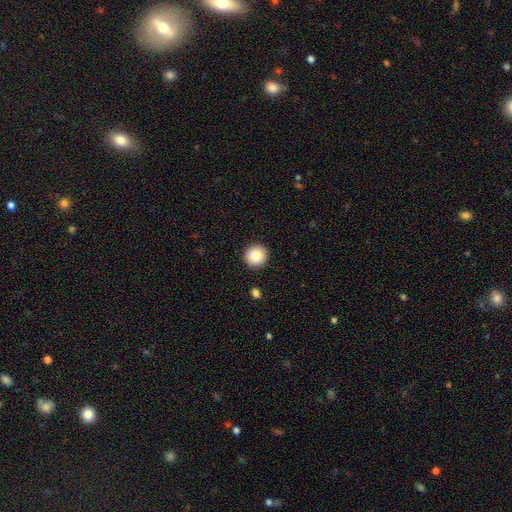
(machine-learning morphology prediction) Smooth or featured? Predicted: smooth (p=0.86). How rounded? Predicted: round (p=0.95). Merging? Predicted: none (p=0.92).